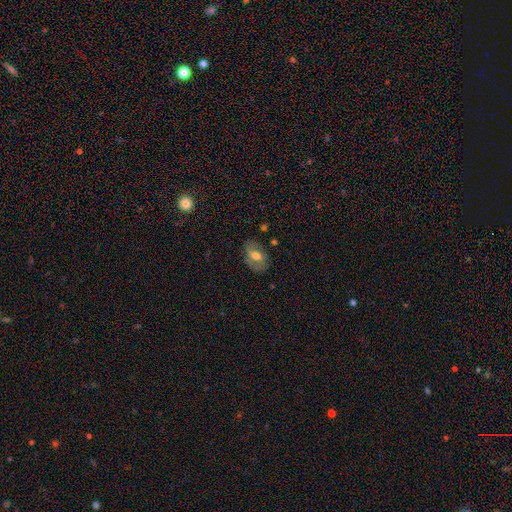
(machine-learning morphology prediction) type=featured or disk (47%); merging=none (73%).